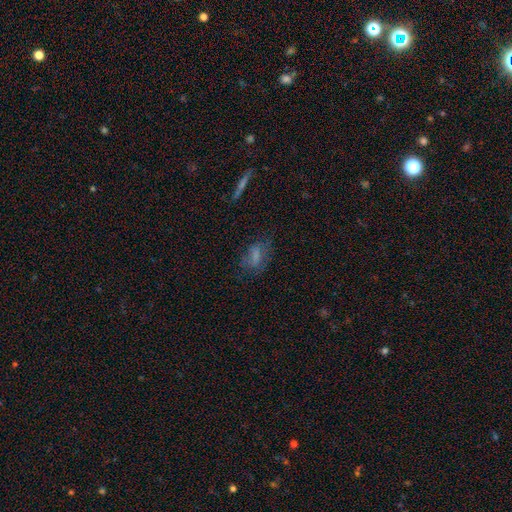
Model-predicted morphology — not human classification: Smooth or featured?
  - smooth: 63% *
  - featured or disk: 23%
  - star or artifact: 14%
How rounded?
  - in between: 79% *
  - cigar-shaped: 11%
  - round: 10%
Merging?
  - none: 56% *
  - minor disturbance: 24%
  - major disturbance: 18%
  - merger: 2%